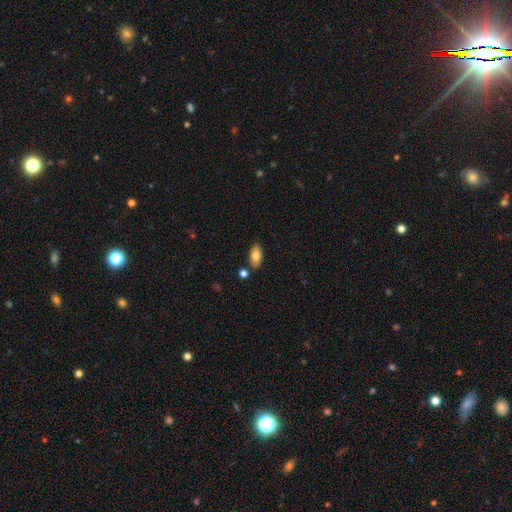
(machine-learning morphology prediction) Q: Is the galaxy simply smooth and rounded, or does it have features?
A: smooth — 82%.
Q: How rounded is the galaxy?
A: in between — 91%.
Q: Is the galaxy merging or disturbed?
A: none — 84%.